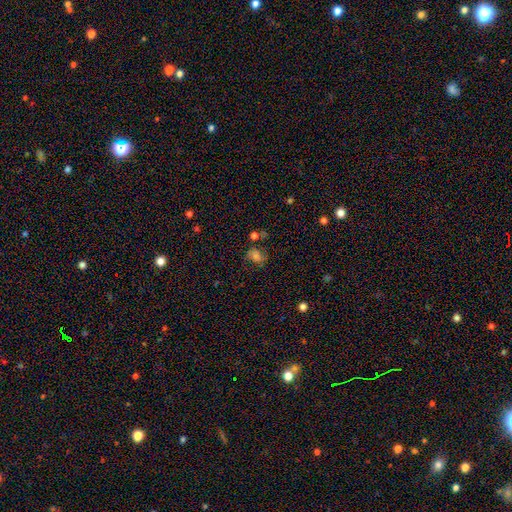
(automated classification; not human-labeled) Overall: smooth (59%; featured or disk 25%). How rounded: in between (57%; round 41%). Merging: none (53%; minor disturbance 24%).